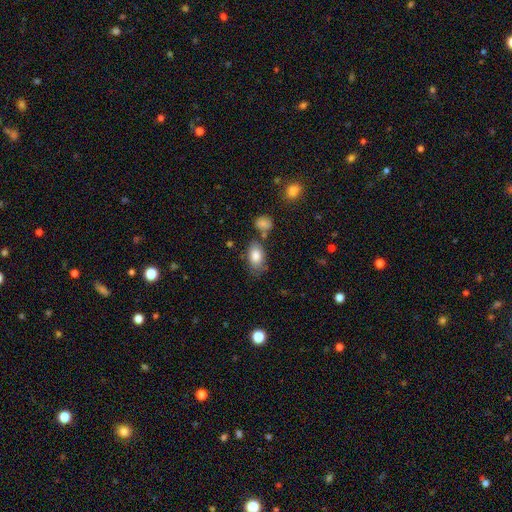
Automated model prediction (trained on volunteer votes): Overall: smooth (82%). How rounded: in between (90%). Merging: none (67%).